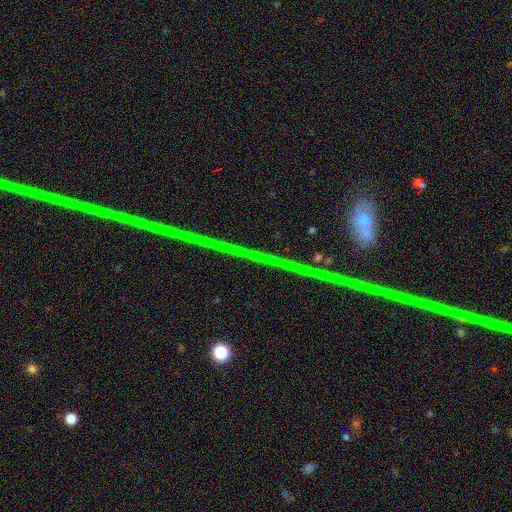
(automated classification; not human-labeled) A star or artifact, not a galaxy (77%).

Vote fractions:
- Smooth or featured? star or artifact: 77% / featured or disk: 16% / smooth: 8%